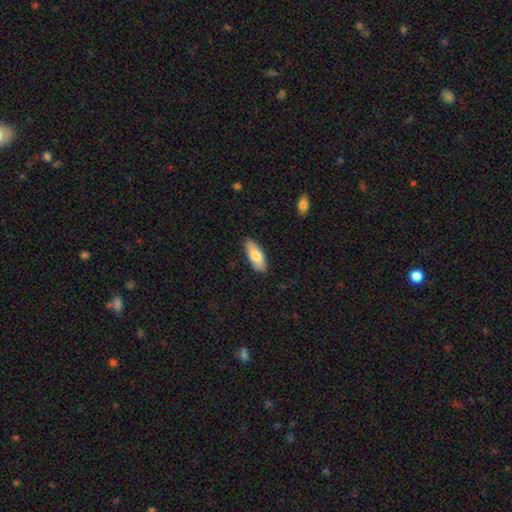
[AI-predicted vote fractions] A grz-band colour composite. It shows a smooth galaxy with no disk features (78%) that is in between round and cigar-shaped (81%). Merging: none (87%).